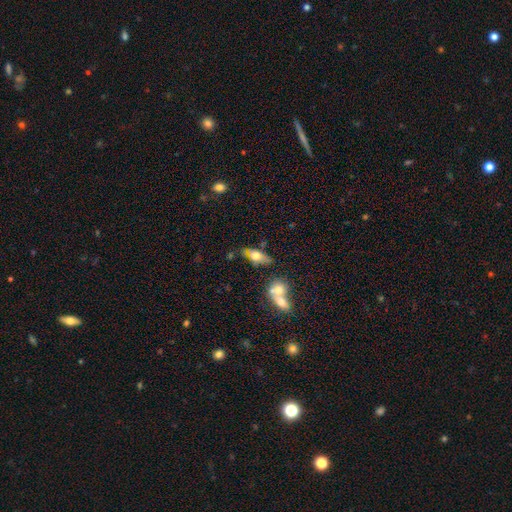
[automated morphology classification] Q: Smooth or featured?
A: smooth (56%); runner-up: featured or disk (35%)
Q: How rounded?
A: in between (77%); runner-up: cigar-shaped (18%)
Q: Merging?
A: none (53%); runner-up: minor disturbance (21%)